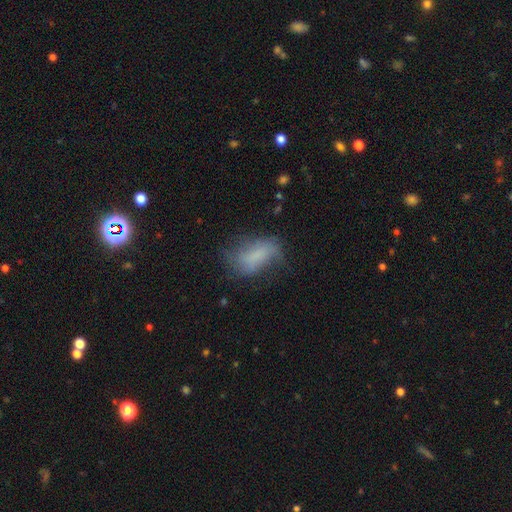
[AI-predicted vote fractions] smooth_or_featured: smooth (p=0.64) [alt: featured or disk p=0.25]
how_rounded: in between (p=0.88) [alt: cigar-shaped p=0.06]
merging: none (p=0.45) [alt: minor disturbance p=0.30]